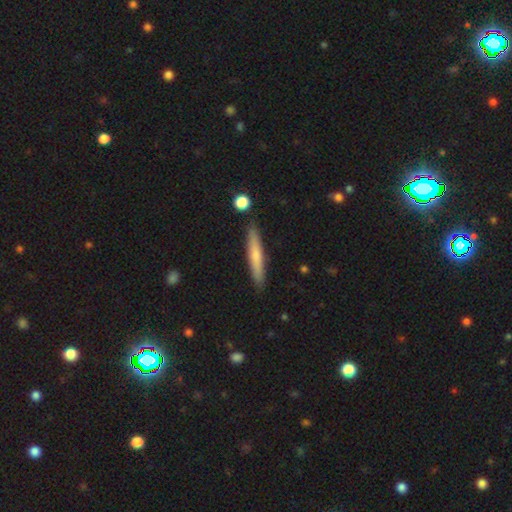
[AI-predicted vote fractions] Morphology: type=smooth (65%); roundness=cigar-shaped (93%); merging=none (89%).